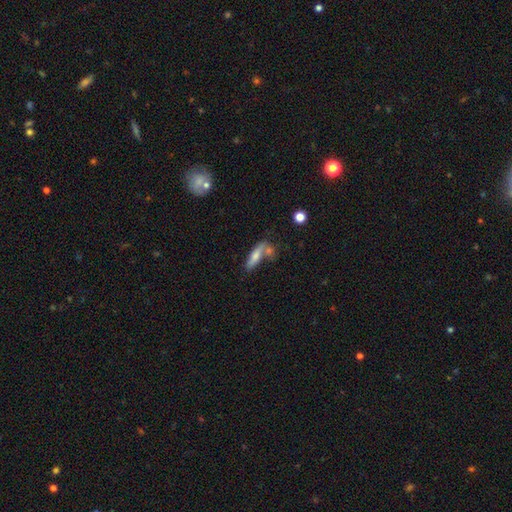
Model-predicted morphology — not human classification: A smooth galaxy with no disk features (64%) that is cigar-shaped (61%). Merging: none (46%).